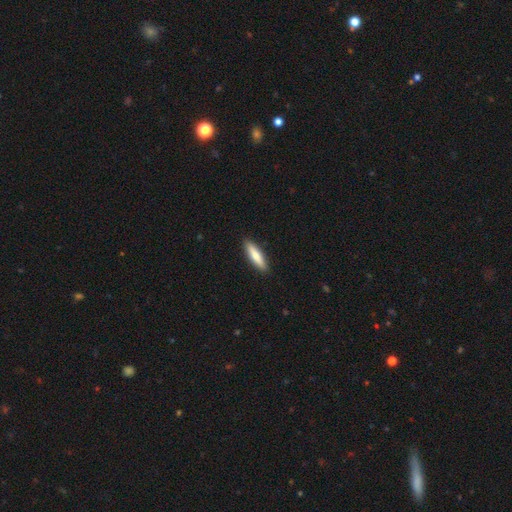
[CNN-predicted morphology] Smooth or featured?
  - smooth: 75% *
  - featured or disk: 19%
  - star or artifact: 5%
How rounded?
  - cigar-shaped: 72% *
  - in between: 26%
  - round: 2%
Merging?
  - none: 91% *
  - minor disturbance: 7%
  - major disturbance: 2%
  - merger: 1%